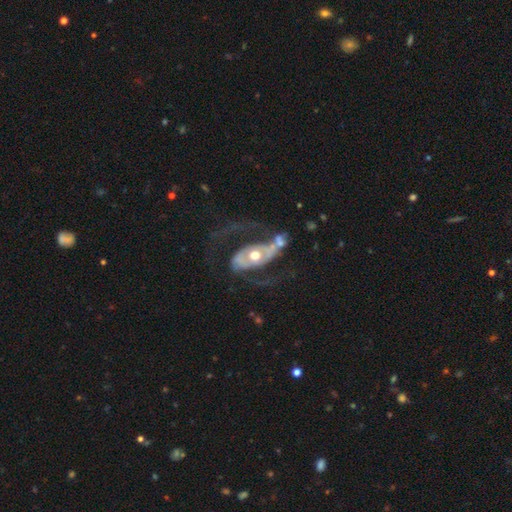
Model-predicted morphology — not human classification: The model was most divided on "spiral winding": loose: 46%, medium: 39%, tight: 15%. Remaining: edge-on disk — no (93%); spiral arm count — 2 (83%); smooth or featured — featured or disk (82%); spiral arms — yes (75%); bulge size — moderate (73%); bar — no (59%); merging — none (43%).